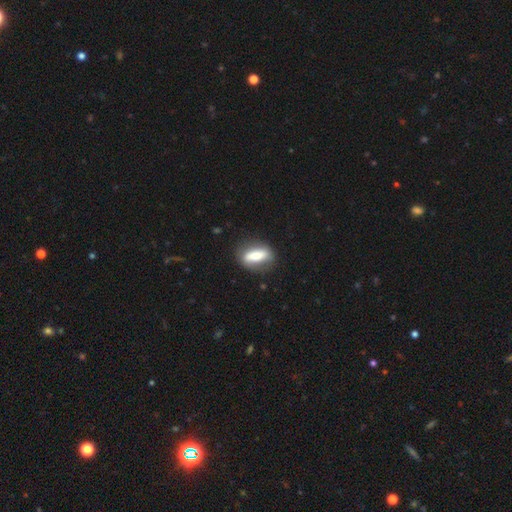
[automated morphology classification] Smooth or featured? Predicted: smooth (p=0.56). How rounded? Predicted: in between (p=0.64). Merging? Predicted: none (p=0.79).